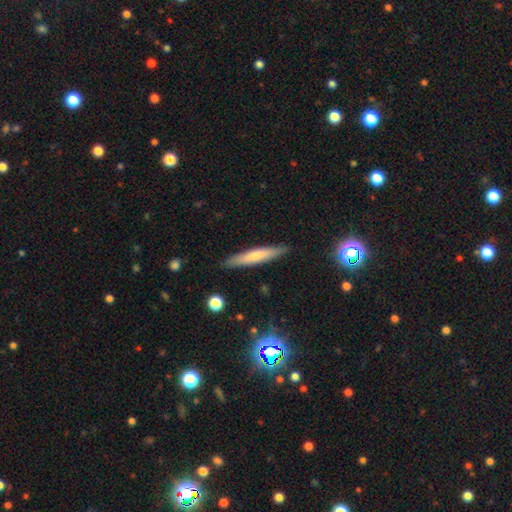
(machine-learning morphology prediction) A smooth galaxy with no disk features (63%) that is cigar-shaped (92%).

Vote fractions:
- Smooth or featured? smooth: 63% / featured or disk: 31% / star or artifact: 6%
- How rounded? cigar-shaped: 92% / in between: 6% / round: 1%
- Merging? none: 90% / minor disturbance: 8% / major disturbance: 2% / merger: 1%